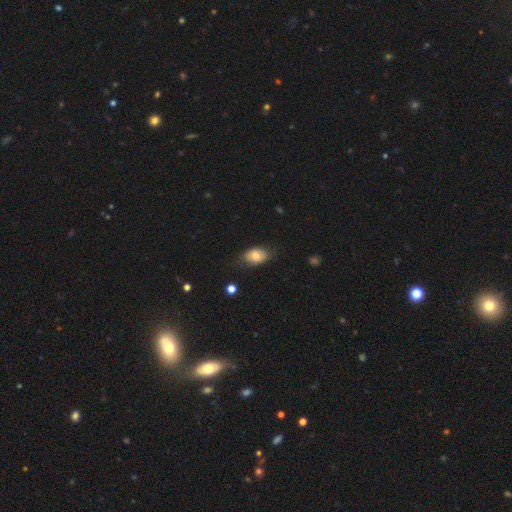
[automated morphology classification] Smooth or featured? smooth (74%)
How rounded? in between (88%)
Merging? none (71%)